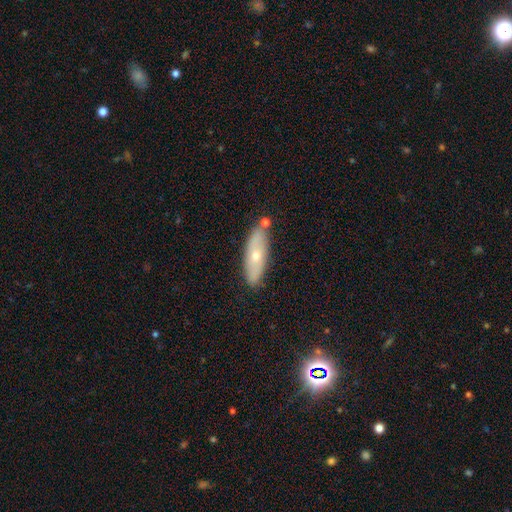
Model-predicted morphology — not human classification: A smooth galaxy with no disk features (54%) that is in between round and cigar-shaped (52%).

Vote fractions:
- Smooth or featured? smooth: 54% / featured or disk: 40% / star or artifact: 7%
- How rounded? in between: 52% / cigar-shaped: 45% / round: 3%
- Merging? none: 78% / minor disturbance: 13% / merger: 7% / major disturbance: 3%